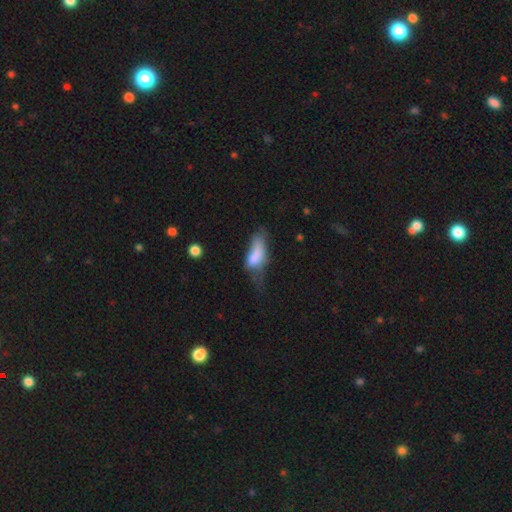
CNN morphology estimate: Smooth or featured?
  - smooth: 70% *
  - featured or disk: 21%
  - star or artifact: 9%
How rounded?
  - in between: 76% *
  - cigar-shaped: 20%
  - round: 4%
Merging?
  - major disturbance: 44% *
  - minor disturbance: 28%
  - none: 19%
  - merger: 9%